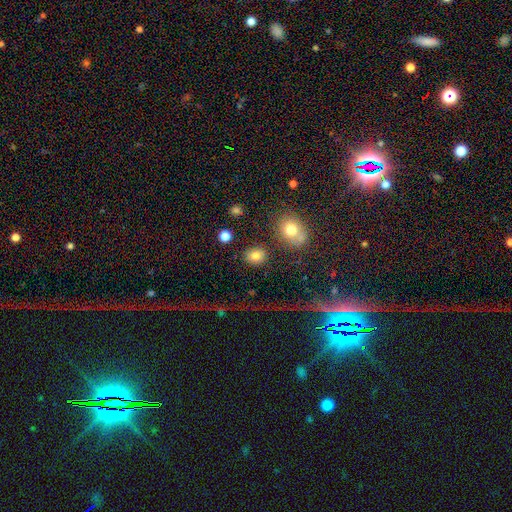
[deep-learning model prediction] smooth 80%, star or artifact 12%, featured or disk 8%. Down the decision tree: how rounded — round (62%); merging — none (84%).